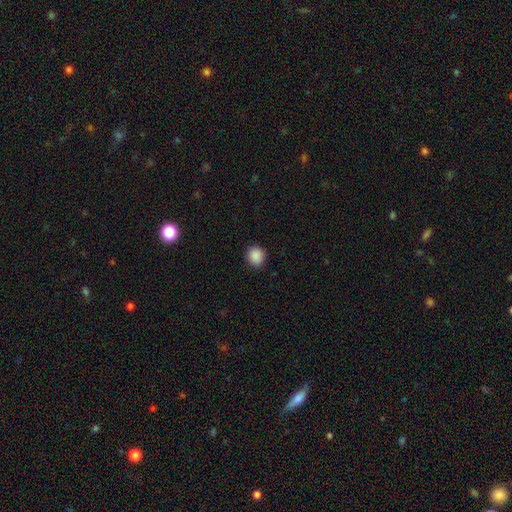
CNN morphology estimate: The model was most divided on "how rounded": round: 80%, in between: 19%, cigar-shaped: 1%. More confident: merging — none (90%); smooth or featured — smooth (89%).